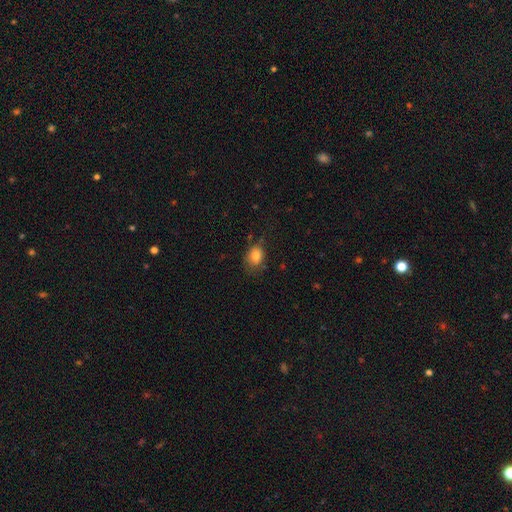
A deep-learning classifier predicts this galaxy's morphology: Smooth or featured: smooth — 80% (star or artifact — 10%)
How rounded: in between — 56% (round — 43%)
Merging: none — 62% (minor disturbance — 26%)